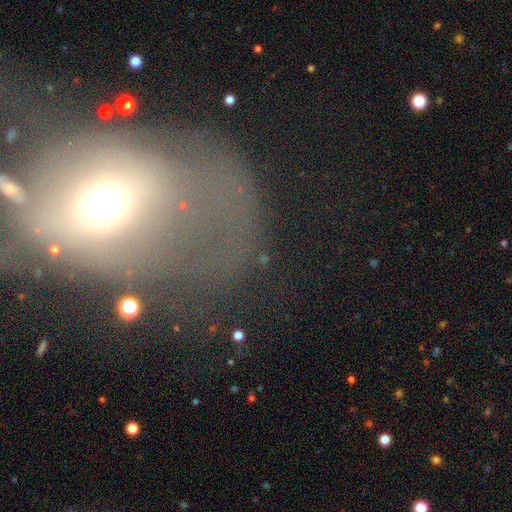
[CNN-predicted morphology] The model was most divided on "smooth or featured": featured or disk: 36%, smooth: 34%, star or artifact: 30%. Remaining: merging — none (42%).